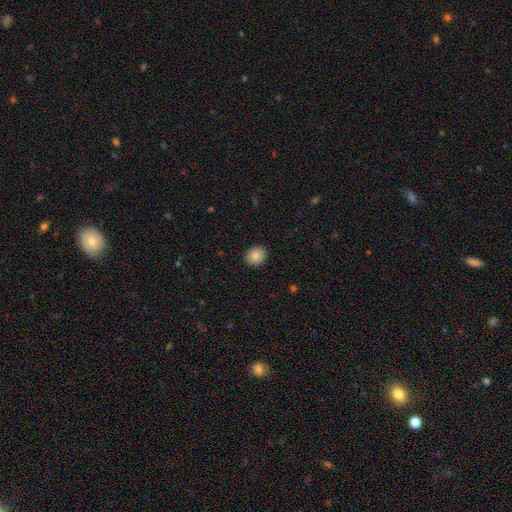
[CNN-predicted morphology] This is clearly a smooth galaxy (87%). How rounded: possibly round (60%). Merging: clearly none (91%).